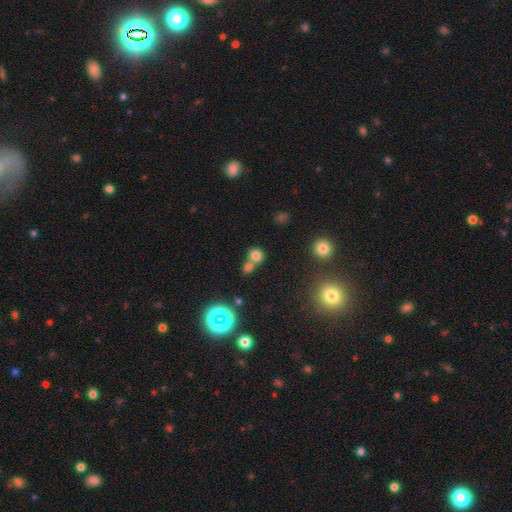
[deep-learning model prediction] Q: Smooth or featured?
A: smooth (73%); runner-up: star or artifact (18%)
Q: How rounded?
A: round (84%); runner-up: in between (15%)
Q: Merging?
A: merger (46%); runner-up: none (44%)